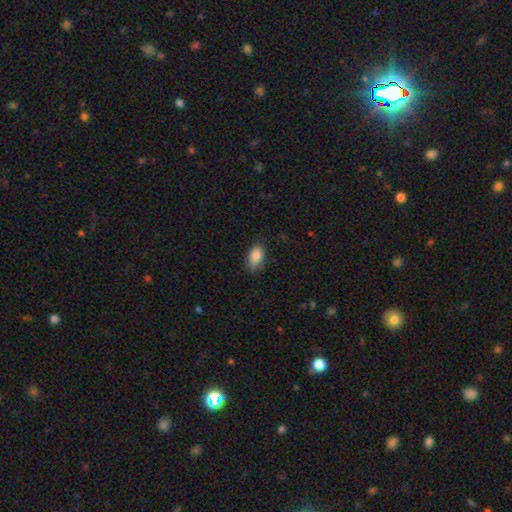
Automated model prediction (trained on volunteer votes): Morphology: type=smooth (88%); roundness=in between (91%); merging=none (79%).